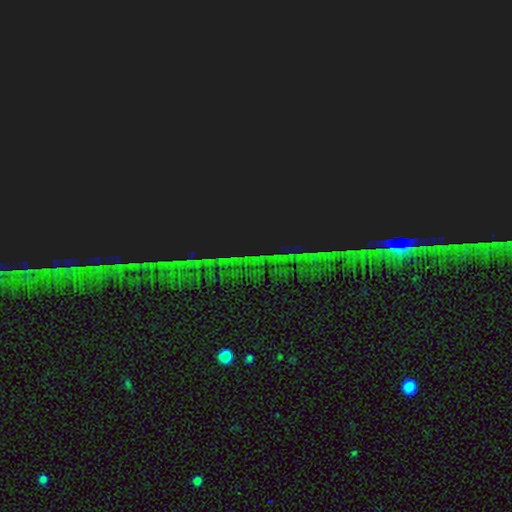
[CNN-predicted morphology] star or artifact 86%, featured or disk 8%, smooth 6%.